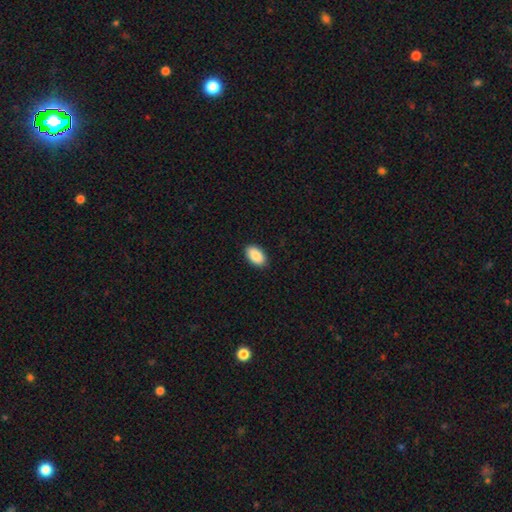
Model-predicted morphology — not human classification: type=smooth (88%); roundness=in between (94%); merging=none (90%).